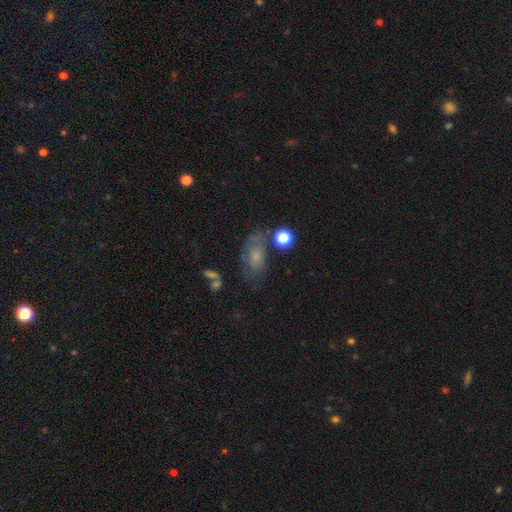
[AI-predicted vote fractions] This is possibly a smooth galaxy (49%). Merging: possibly none (52%).